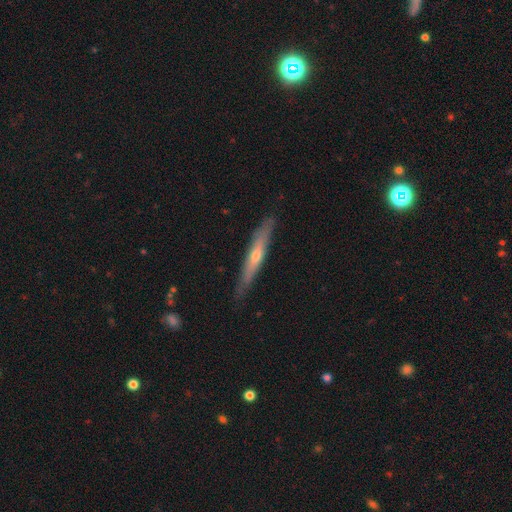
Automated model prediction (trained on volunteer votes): smooth-or-featured: featured or disk: 65% | smooth: 28% | star or artifact: 7%
  disk-edge-on: yes: 93% | no: 7%
    edge-on-bulge: rounded: 78% | none: 19% | boxy: 3%
  merging: none: 87% | minor disturbance: 10% | major disturbance: 2% | merger: 1%